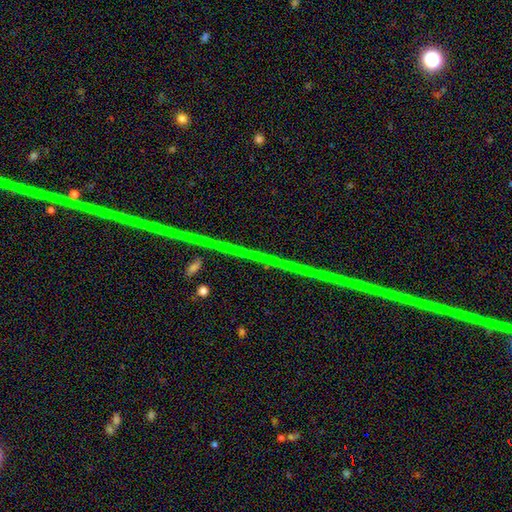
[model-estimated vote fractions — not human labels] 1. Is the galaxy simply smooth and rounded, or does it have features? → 75% star or artifact, 16% featured or disk, 9% smooth.